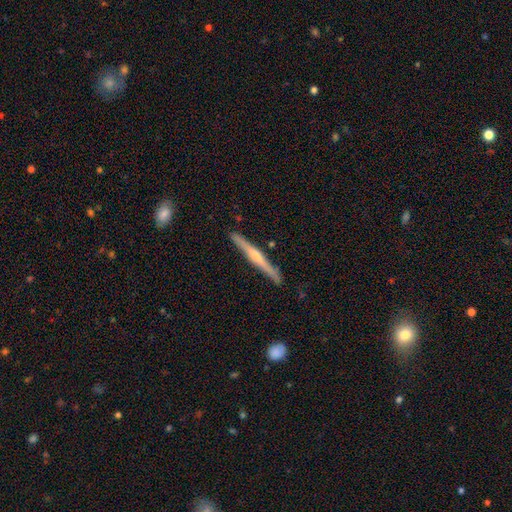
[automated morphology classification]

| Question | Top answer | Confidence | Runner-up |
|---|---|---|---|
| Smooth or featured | featured or disk | 70% | smooth (25%) |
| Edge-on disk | yes | 98% | no (2%) |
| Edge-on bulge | rounded | 73% | none (18%) |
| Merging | none | 89% | minor disturbance (8%) |